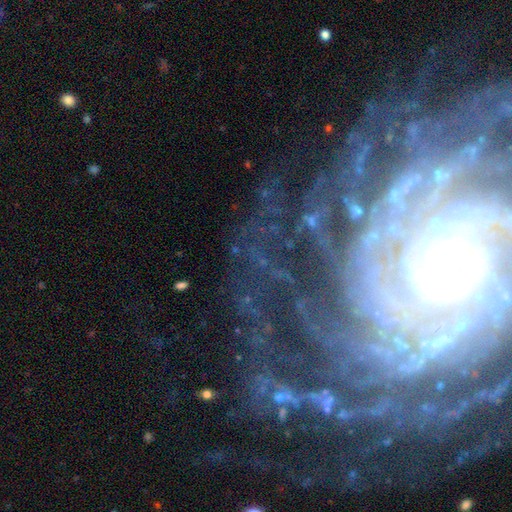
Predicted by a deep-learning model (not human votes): A featured or disk galaxy (87%) with no bar (42%), more than 4 (33%) tight (75%) spiral arms (96%) and a small central bulge (51%).

Vote fractions:
- Smooth or featured? featured or disk: 87% / star or artifact: 8% / smooth: 5%
- Edge-on disk? no: 96% / yes: 4%
- Bar? no: 42% / weak: 35% / strong: 23%
- Spiral arms? yes: 96% / no: 4%
- Spiral winding? tight: 75% / medium: 19% / loose: 5%
- Spiral arm count? more than 4: 33% / can't tell: 27% / 4: 13% / 2: 10% / 3: 10% / 1: 8%
- Bulge size? small: 51% / moderate: 38% / large: 7% / none: 3% / dominant: 2%
- Merging? none: 71% / minor disturbance: 14% / major disturbance: 13% / merger: 2%